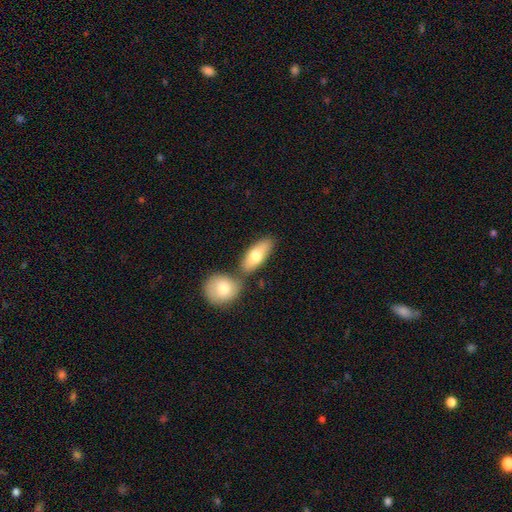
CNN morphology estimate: smooth_or_featured: smooth (p=0.74) [alt: featured or disk p=0.21]
how_rounded: in between (p=0.80) [alt: cigar-shaped p=0.16]
merging: none (p=0.55) [alt: merger p=0.31]